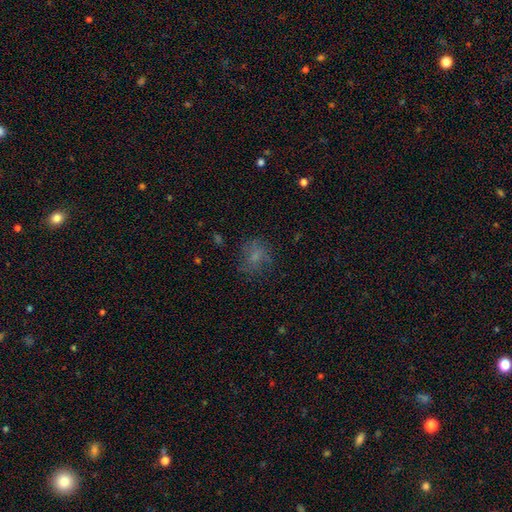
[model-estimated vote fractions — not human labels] Smooth or featured? smooth (60%)
How rounded? round (68%)
Merging? none (64%)